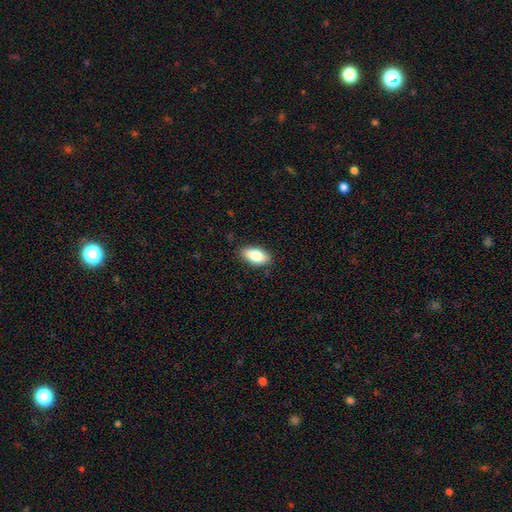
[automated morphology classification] Smooth or featured? smooth (82%)
How rounded? in between (90%)
Merging? none (87%)